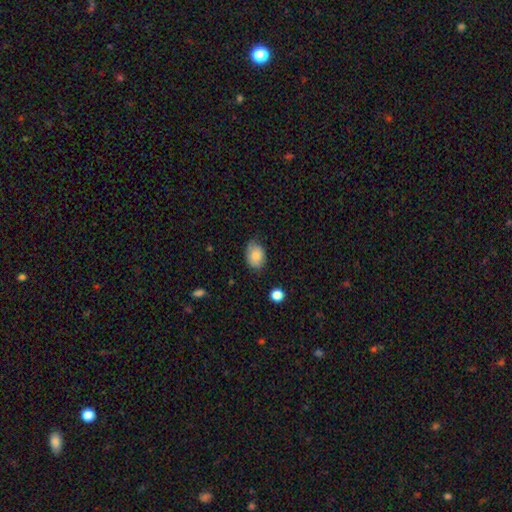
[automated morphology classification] Smooth or featured?
  - smooth: 83% *
  - featured or disk: 9%
  - star or artifact: 8%
How rounded?
  - in between: 78% *
  - round: 21%
  - cigar-shaped: 1%
Merging?
  - none: 73% *
  - minor disturbance: 22%
  - major disturbance: 4%
  - merger: 1%